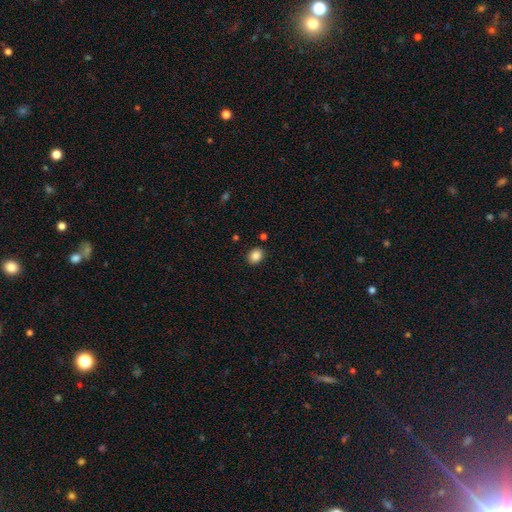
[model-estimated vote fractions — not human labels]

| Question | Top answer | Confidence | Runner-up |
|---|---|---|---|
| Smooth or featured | smooth | 86% | star or artifact (9%) |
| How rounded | in between | 56% | round (44%) |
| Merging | none | 88% | minor disturbance (8%) |